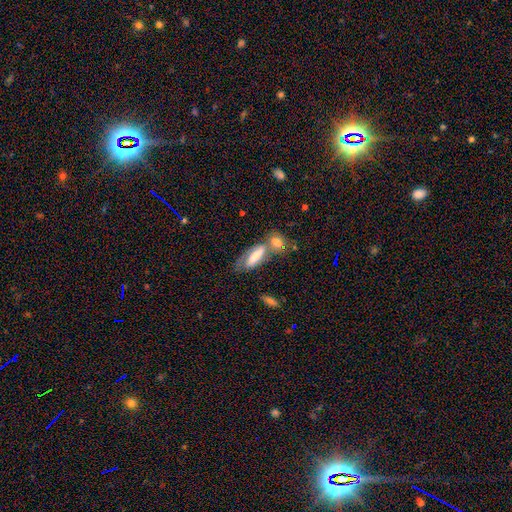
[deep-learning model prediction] smooth 56%, featured or disk 35%, star or artifact 9%. Down the decision tree: how rounded — in between (59%); merging — none (38%).